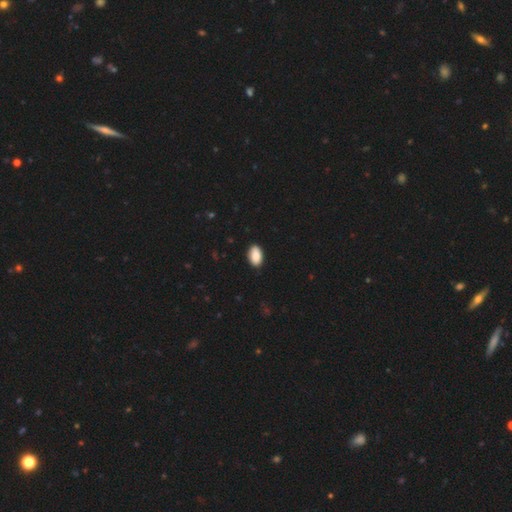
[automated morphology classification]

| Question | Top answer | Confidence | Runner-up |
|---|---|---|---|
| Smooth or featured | smooth | 89% | star or artifact (7%) |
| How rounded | in between | 94% | round (5%) |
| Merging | none | 88% | minor disturbance (9%) |